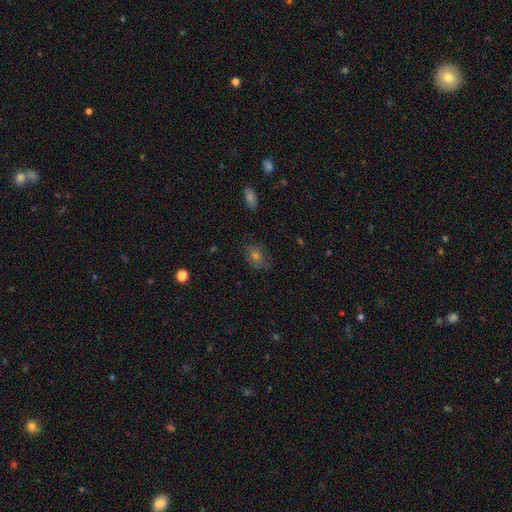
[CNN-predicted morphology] smooth 53%, star or artifact 24%, featured or disk 23%. Down the decision tree: how rounded — round (50%); merging — none (75%).